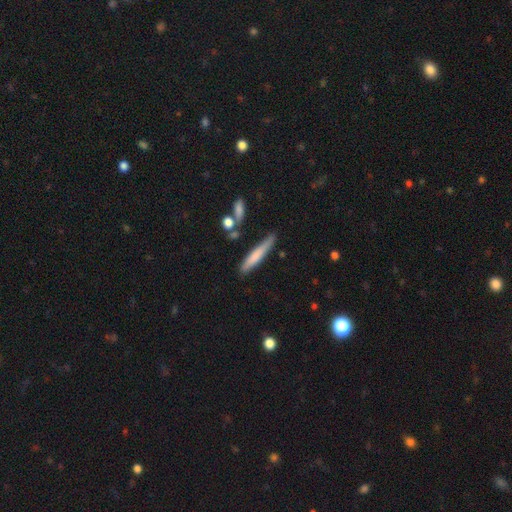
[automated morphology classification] Overall: smooth (70%). How rounded: cigar-shaped (91%). Merging: none (73%).